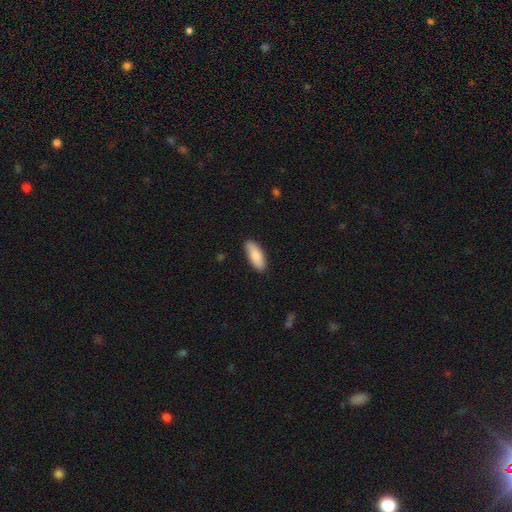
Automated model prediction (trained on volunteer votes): Overall: smooth (85%). How rounded: in between (75%). Merging: none (84%).